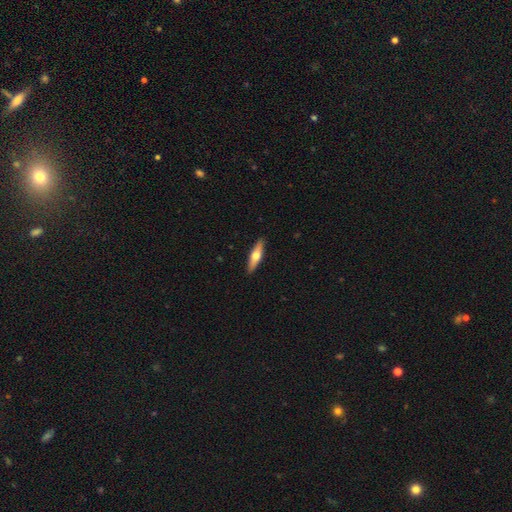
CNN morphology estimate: The model was most divided on "smooth or featured": featured or disk: 48%, smooth: 47%, star or artifact: 5%. More confident: merging — none (91%).